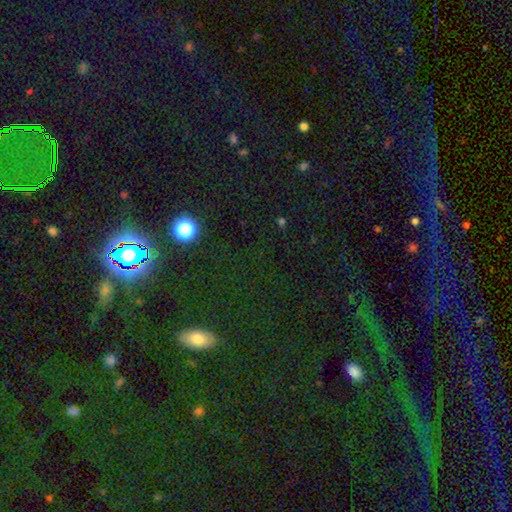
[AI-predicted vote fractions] This appears to be a star or artifact, not a galaxy (63%).